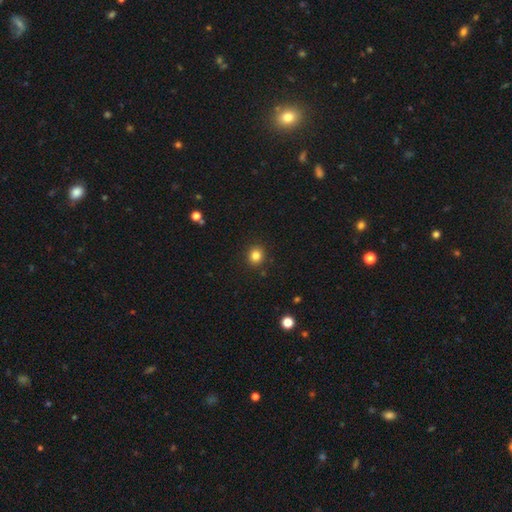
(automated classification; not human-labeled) This is clearly a smooth galaxy (83%). How rounded: clearly round (83%). Merging: clearly none (90%).